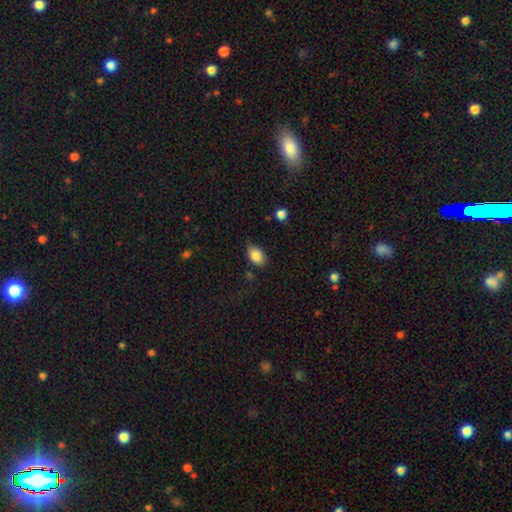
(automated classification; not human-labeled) smooth-or-featured: smooth: 85% | star or artifact: 8% | featured or disk: 7%
  how-rounded: in between: 85% | round: 14% | cigar-shaped: 1%
  merging: none: 66% | minor disturbance: 28% | major disturbance: 5% | merger: 2%